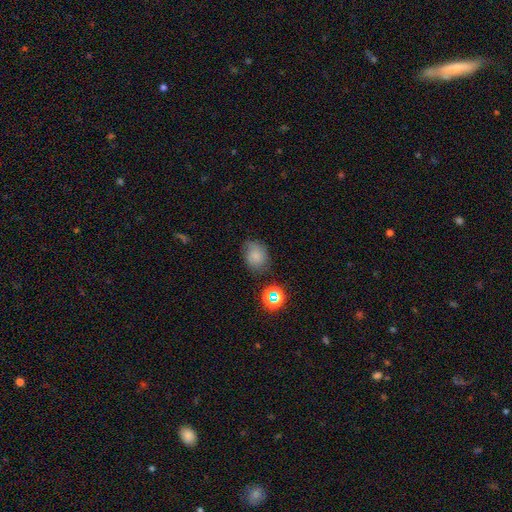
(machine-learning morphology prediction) smooth-or-featured: smooth: 74% | star or artifact: 15% | featured or disk: 10%
  how-rounded: round: 54% | in between: 45% | cigar-shaped: 1%
  merging: none: 65% | minor disturbance: 25% | major disturbance: 7% | merger: 3%